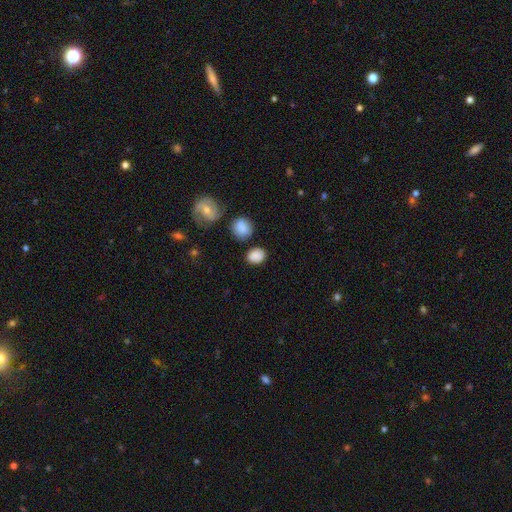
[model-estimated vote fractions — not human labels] Smooth or featured? smooth (85%)
How rounded? in between (55%)
Merging? none (78%)